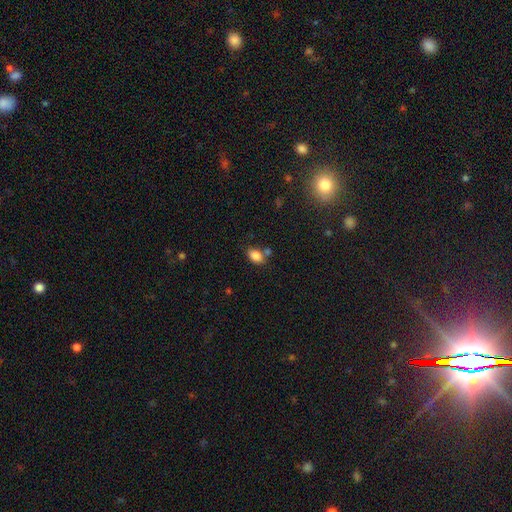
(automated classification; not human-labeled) Smooth or featured? Predicted: smooth (p=0.84). How rounded? Predicted: in between (p=0.84). Merging? Predicted: none (p=0.64).